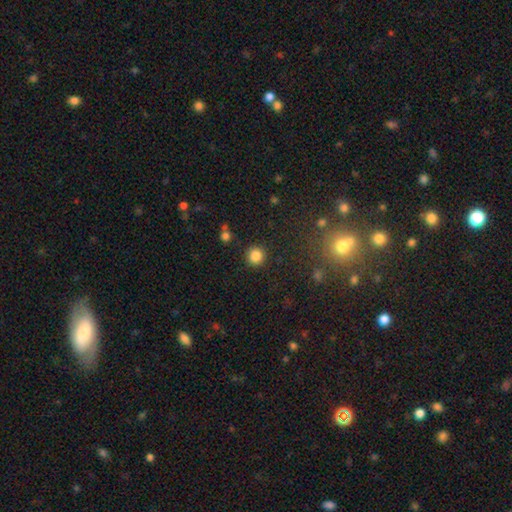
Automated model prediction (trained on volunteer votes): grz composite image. It shows a smooth galaxy with no disk features (84%) that is round (93%). Merging: none (89%).